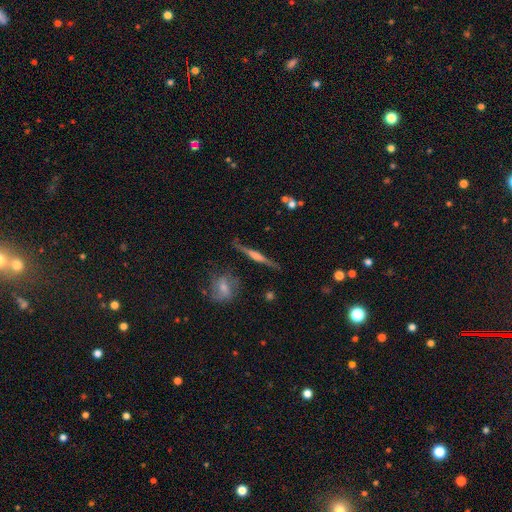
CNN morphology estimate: Overall: featured or disk (70%). Edge-on disk: yes (96%). Edge-on bulge: rounded (55%; boxy 28%). Merging: none (82%).